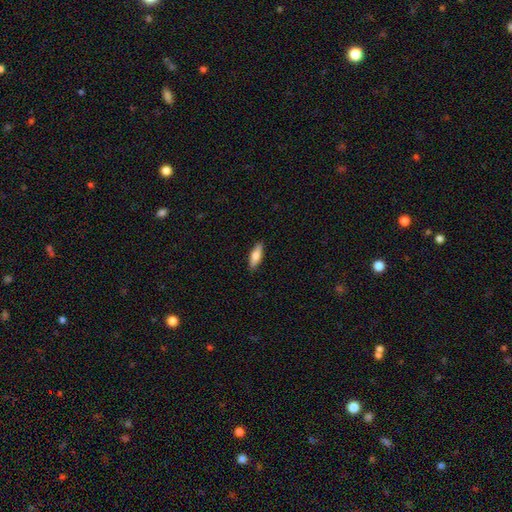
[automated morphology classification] This is likely a smooth galaxy (70%). How rounded: possibly in between (58%). Merging: clearly none (89%).